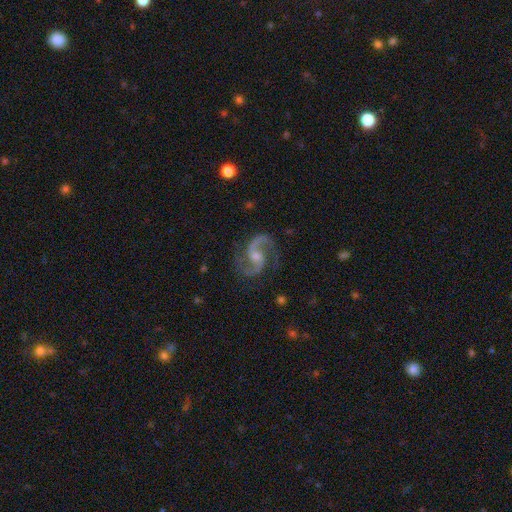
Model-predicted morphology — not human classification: Smooth or featured: featured or disk — 93% (star or artifact — 4%)
Edge-on disk: no — 98% (yes — 2%)
Bar: no — 47% (weak — 41%)
Spiral arms: yes — 98% (no — 2%)
Spiral winding: medium — 61% (loose — 28%)
Spiral arm count: 2 — 94% (can't tell — 1%)
Bulge size: moderate — 46% (small — 43%)
Merging: none — 81% (minor disturbance — 13%)